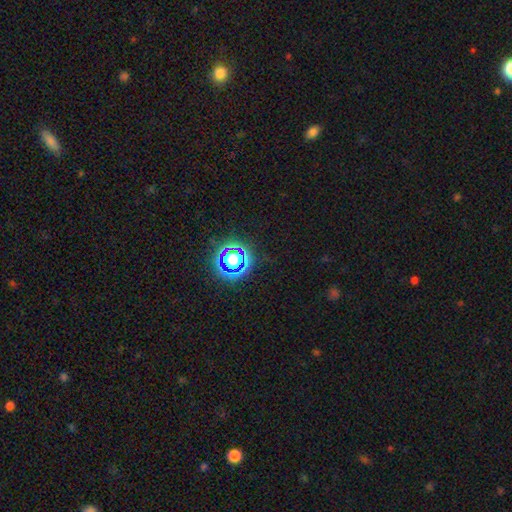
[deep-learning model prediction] A star or artifact, not a galaxy (79%).